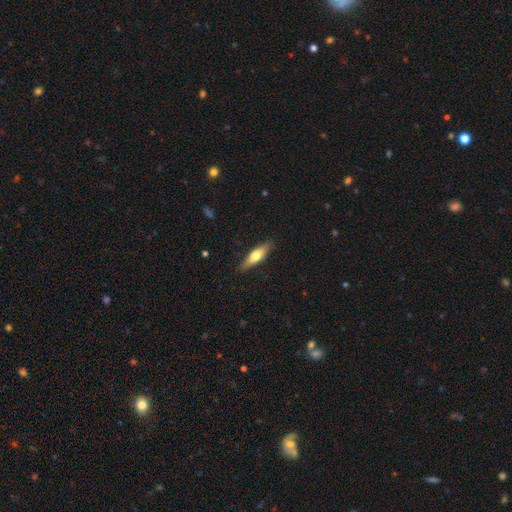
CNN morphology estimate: Q: Smooth or featured?
A: smooth (56%); runner-up: featured or disk (38%)
Q: How rounded?
A: cigar-shaped (61%); runner-up: in between (37%)
Q: Merging?
A: none (85%); runner-up: minor disturbance (11%)